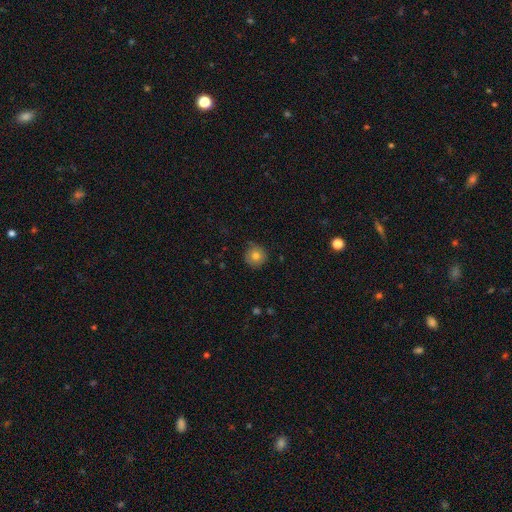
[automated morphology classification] Overall: smooth (76%). How rounded: round (94%). Merging: none (80%).